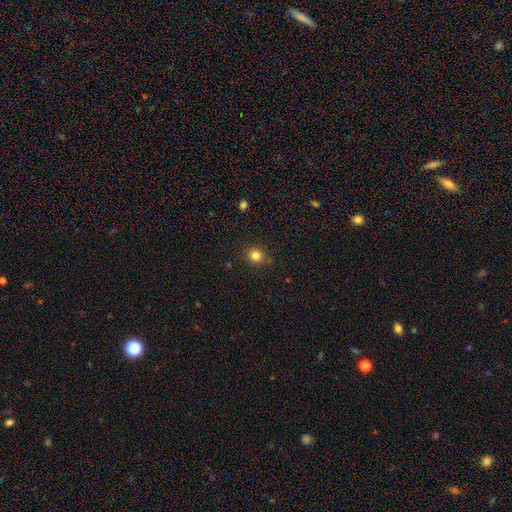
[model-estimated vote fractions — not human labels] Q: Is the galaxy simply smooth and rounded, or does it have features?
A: smooth — 82%.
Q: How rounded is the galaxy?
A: round — 78%.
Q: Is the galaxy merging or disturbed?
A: none — 87%.